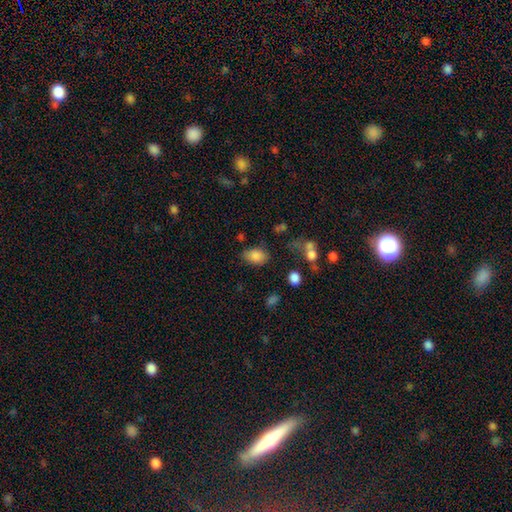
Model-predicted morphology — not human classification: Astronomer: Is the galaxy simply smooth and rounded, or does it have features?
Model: smooth — 84%.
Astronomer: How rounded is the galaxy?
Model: in between — 82%.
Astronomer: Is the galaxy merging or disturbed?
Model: none — 65%.